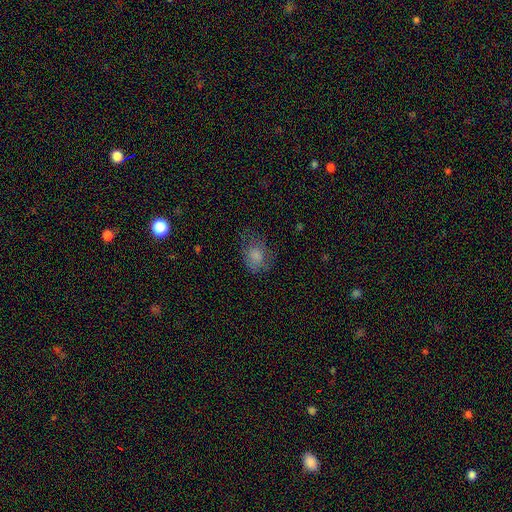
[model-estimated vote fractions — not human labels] This is likely a smooth galaxy (75%). How rounded: possibly round (52%). Merging: possibly none (55%).